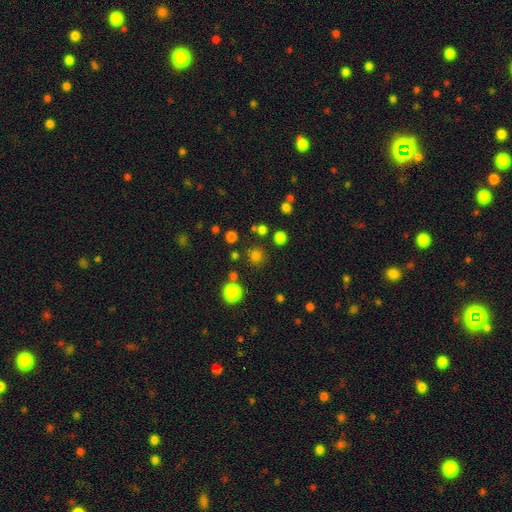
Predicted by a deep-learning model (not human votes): Smooth or featured? smooth (77%)
How rounded? round (92%)
Merging? none (84%)